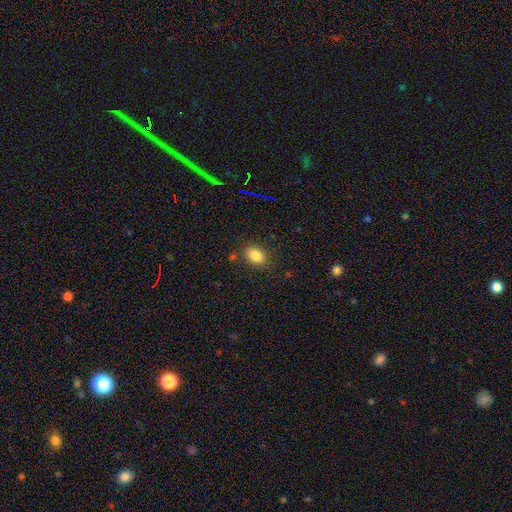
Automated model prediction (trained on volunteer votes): A smooth galaxy with no disk features (84%) that is in between round and cigar-shaped (80%).

Vote fractions:
- Smooth or featured? smooth: 84% / star or artifact: 10% / featured or disk: 6%
- How rounded? in between: 80% / round: 19% / cigar-shaped: 1%
- Merging? none: 83% / minor disturbance: 11% / major disturbance: 3% / merger: 3%